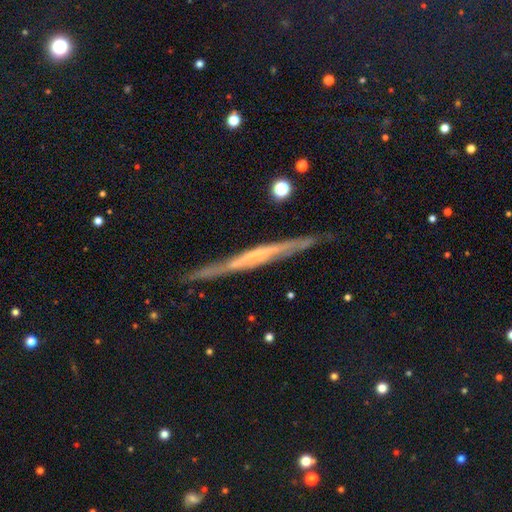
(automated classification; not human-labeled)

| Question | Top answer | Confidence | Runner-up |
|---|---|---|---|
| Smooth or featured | featured or disk | 75% | smooth (18%) |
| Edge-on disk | yes | 95% | no (5%) |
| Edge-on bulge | none | 54% | rounded (30%) |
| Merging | none | 85% | minor disturbance (11%) |